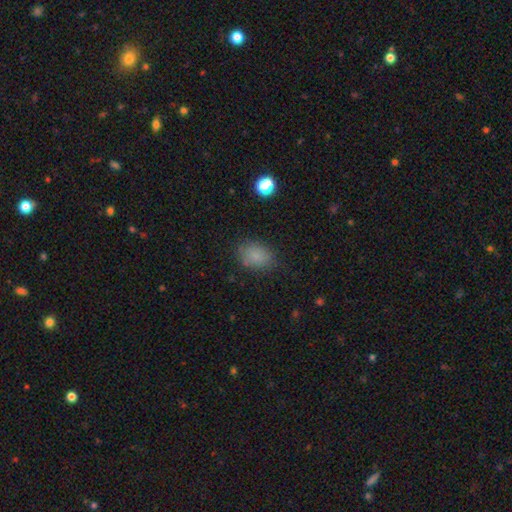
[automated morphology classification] Smooth or featured? Predicted: smooth (p=0.83). How rounded? Predicted: in between (p=0.75). Merging? Predicted: none (p=0.79).